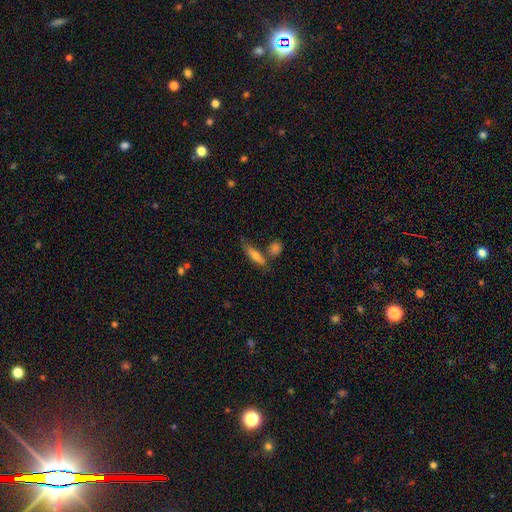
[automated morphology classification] Smooth or featured: smooth — 63% (featured or disk — 30%)
How rounded: cigar-shaped — 68% (in between — 29%)
Merging: none — 60% (minor disturbance — 18%)